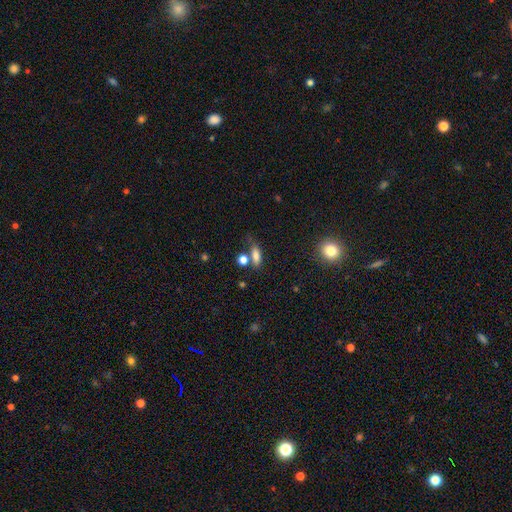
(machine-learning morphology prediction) smooth_or_featured: smooth (p=0.78) [alt: star or artifact p=0.12]
how_rounded: in between (p=0.64) [alt: cigar-shaped p=0.26]
merging: none (p=0.57) [alt: merger p=0.18]